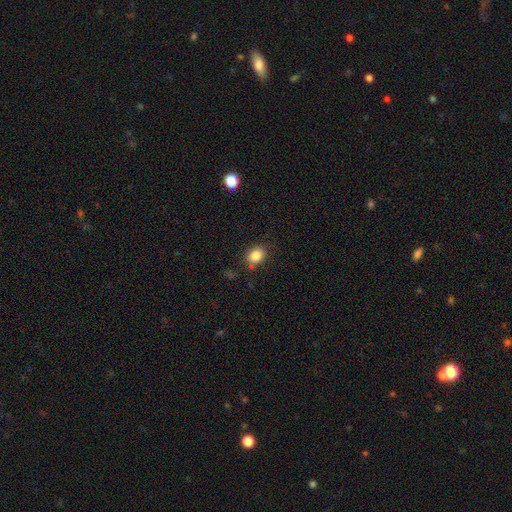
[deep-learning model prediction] Smooth or featured: smooth — 84% (star or artifact — 10%)
How rounded: round — 58% (in between — 41%)
Merging: none — 74% (minor disturbance — 17%)